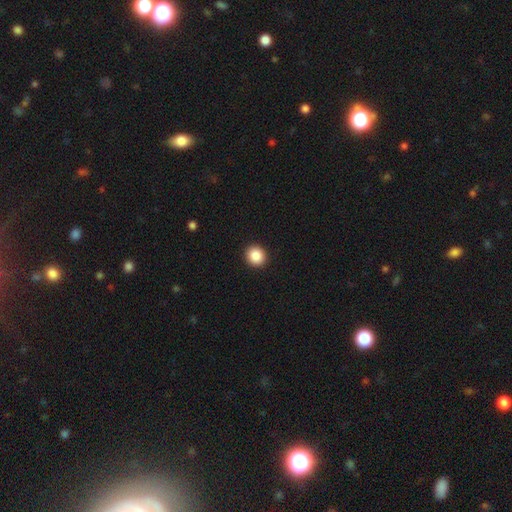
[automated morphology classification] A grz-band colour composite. It shows a smooth galaxy with no disk features (88%) that is round (87%). Merging: none (93%).